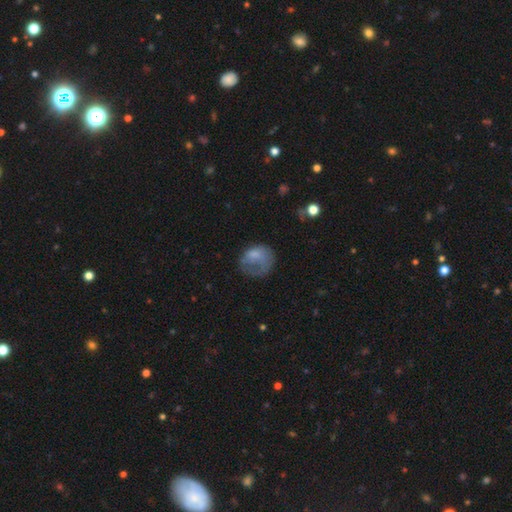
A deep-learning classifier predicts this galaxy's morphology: Smooth or featured?
  - smooth: 63% *
  - featured or disk: 27%
  - star or artifact: 9%
How rounded?
  - round: 58% *
  - in between: 41%
  - cigar-shaped: 1%
Merging?
  - major disturbance: 42% *
  - none: 32%
  - minor disturbance: 23%
  - merger: 2%